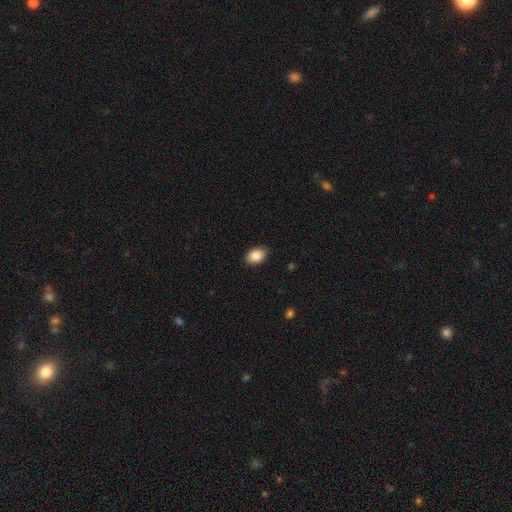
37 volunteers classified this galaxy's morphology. Overall: smooth (92%). How rounded: in between (91%). Merging: none (86%).